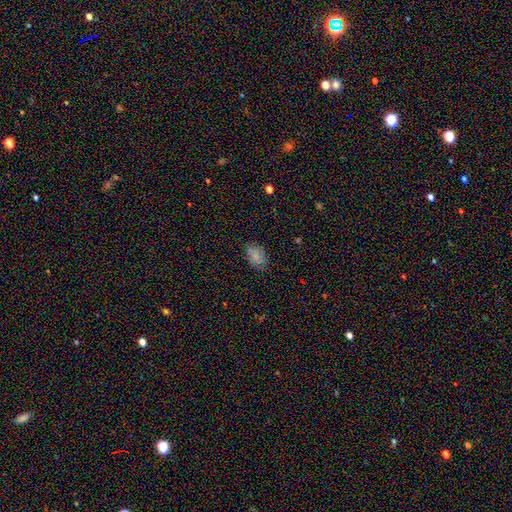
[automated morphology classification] Q: Smooth or featured?
A: smooth (77%); runner-up: star or artifact (14%)
Q: How rounded?
A: in between (85%); runner-up: round (14%)
Q: Merging?
A: none (82%); runner-up: minor disturbance (14%)